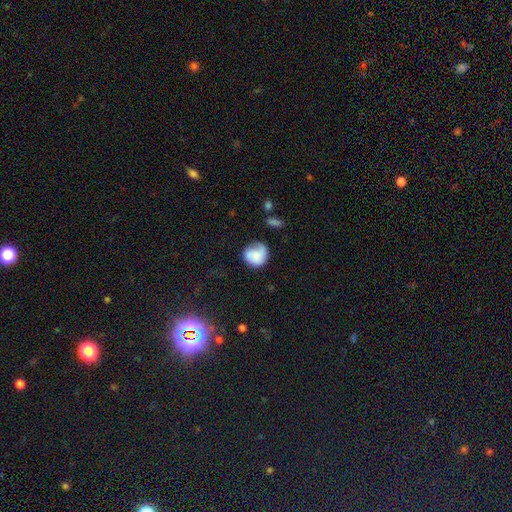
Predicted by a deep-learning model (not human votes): Morphology: type=smooth (62%); roundness=round (82%); merging=none (56%).